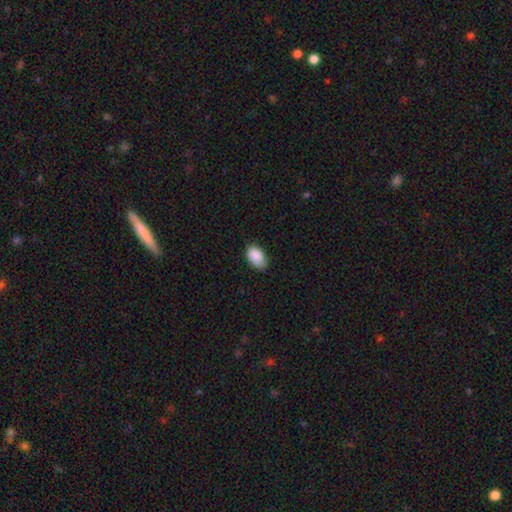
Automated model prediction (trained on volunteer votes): smooth-or-featured: smooth: 89% | star or artifact: 7% | featured or disk: 5%
  how-rounded: in between: 93% | round: 6% | cigar-shaped: 1%
  merging: none: 74% | minor disturbance: 22% | major disturbance: 3% | merger: 1%